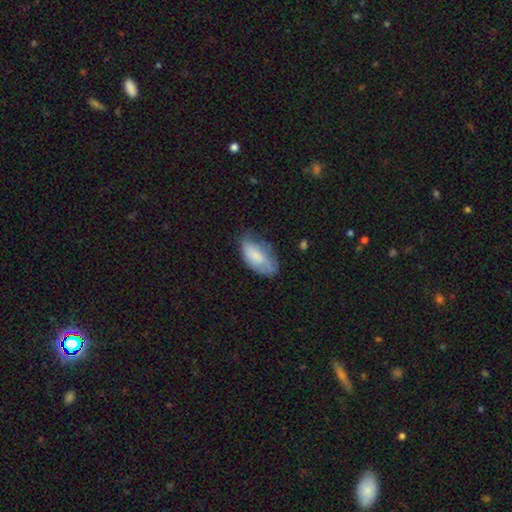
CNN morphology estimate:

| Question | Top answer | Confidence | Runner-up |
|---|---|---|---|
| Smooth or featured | smooth | 67% | featured or disk (26%) |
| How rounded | in between | 91% | cigar-shaped (5%) |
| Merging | none | 47% | minor disturbance (35%) |